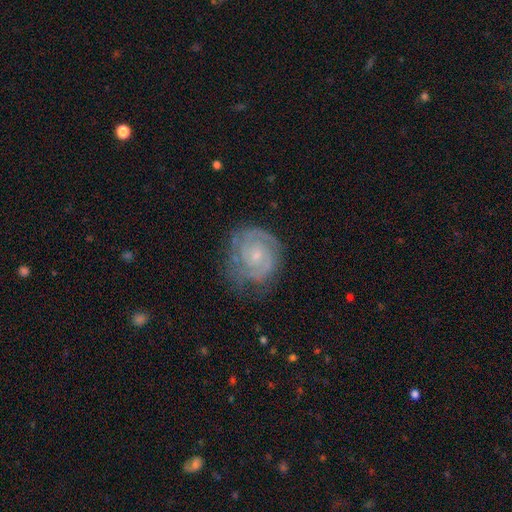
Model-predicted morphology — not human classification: Smooth or featured? featured or disk (84%)
Edge-on disk? no (98%)
Bar? no (73%)
Spiral arms? yes (96%)
Spiral winding? tight (72%)
Spiral arm count? 2 (53%)
Bulge size? small (74%)
Merging? none (70%)